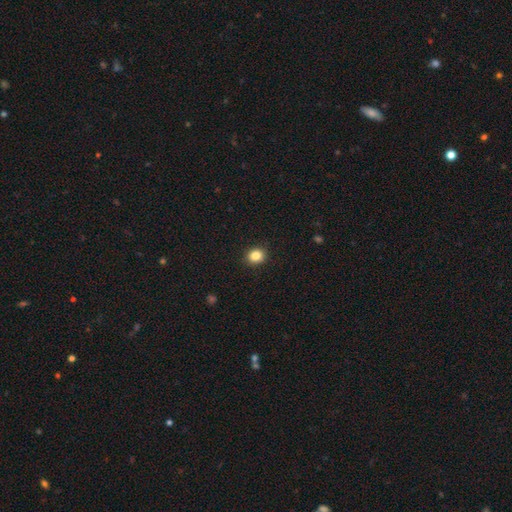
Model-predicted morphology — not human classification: Overall: smooth (84%). How rounded: round (77%). Merging: none (91%).